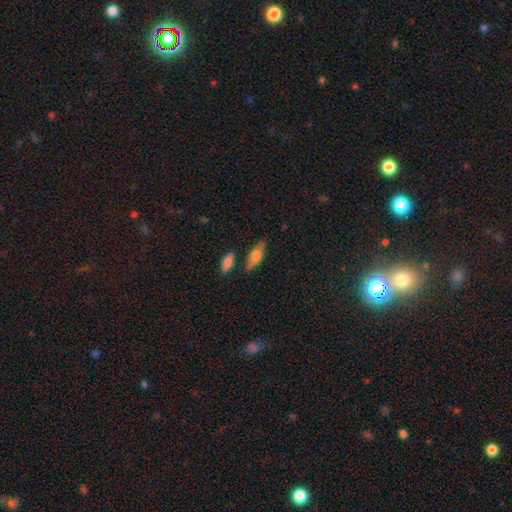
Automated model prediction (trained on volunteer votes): A smooth galaxy with no disk features (63%) that is in between round and cigar-shaped (66%).

Vote fractions:
- Smooth or featured? smooth: 63% / featured or disk: 30% / star or artifact: 7%
- How rounded? in between: 66% / cigar-shaped: 30% / round: 4%
- Merging? none: 70% / minor disturbance: 17% / merger: 8% / major disturbance: 5%